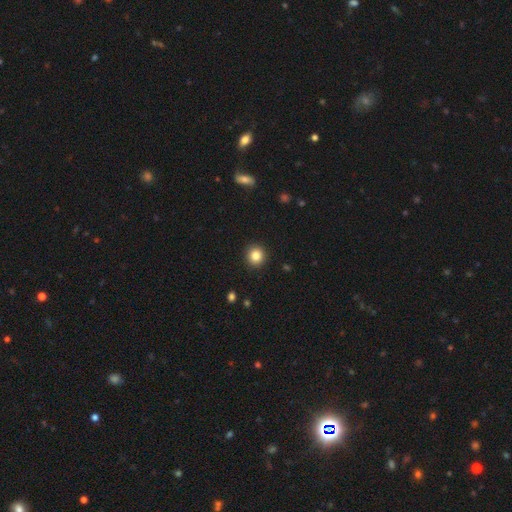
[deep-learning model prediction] This is clearly a smooth galaxy (84%). How rounded: clearly round (92%). Merging: clearly none (92%).